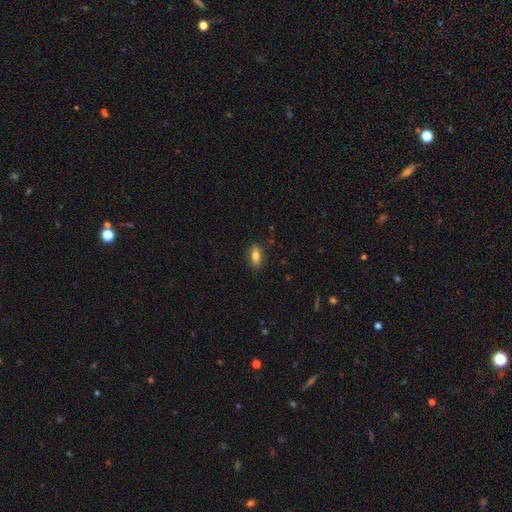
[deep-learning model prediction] A smooth galaxy with no disk features (73%) that is in between round and cigar-shaped (74%).

Vote fractions:
- Smooth or featured? smooth: 73% / featured or disk: 19% / star or artifact: 8%
- How rounded? in between: 74% / cigar-shaped: 21% / round: 5%
- Merging? none: 84% / minor disturbance: 12% / major disturbance: 3% / merger: 1%